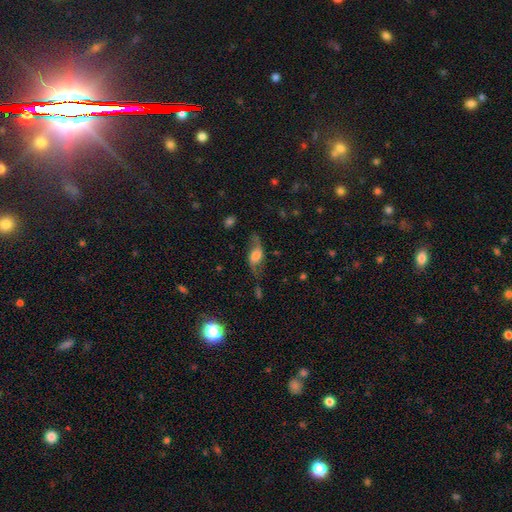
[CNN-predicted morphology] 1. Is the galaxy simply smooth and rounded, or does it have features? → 62% featured or disk, 29% smooth, 9% star or artifact.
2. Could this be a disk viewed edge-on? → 83% no, 17% yes.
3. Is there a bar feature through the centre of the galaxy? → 50% no, 37% weak, 13% strong.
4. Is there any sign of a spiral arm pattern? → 88% yes, 12% no.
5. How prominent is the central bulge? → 42% large, 27% moderate, 12% small, 10% none, 8% dominant.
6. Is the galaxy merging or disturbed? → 61% none, 22% minor disturbance, 14% major disturbance, 3% merger.